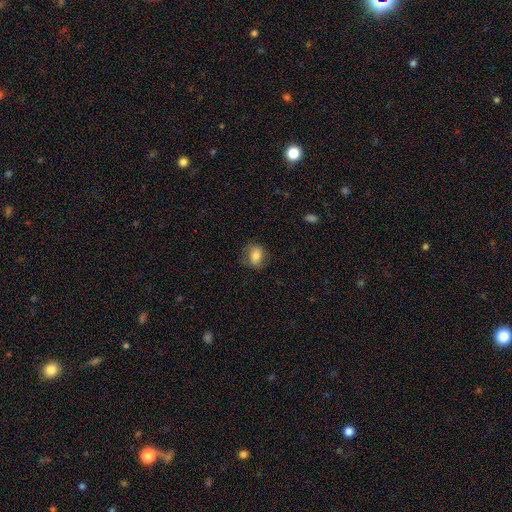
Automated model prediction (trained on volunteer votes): smooth_or_featured: smooth (p=0.78) [alt: featured or disk p=0.14]
how_rounded: in between (p=0.54) [alt: round p=0.44]
merging: none (p=0.74) [alt: minor disturbance p=0.19]